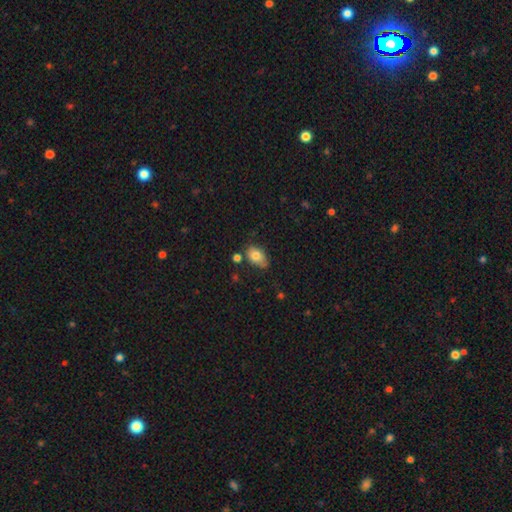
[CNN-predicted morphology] Smooth or featured: smooth — 79% (featured or disk — 13%)
How rounded: in between — 85% (round — 14%)
Merging: none — 62% (minor disturbance — 26%)